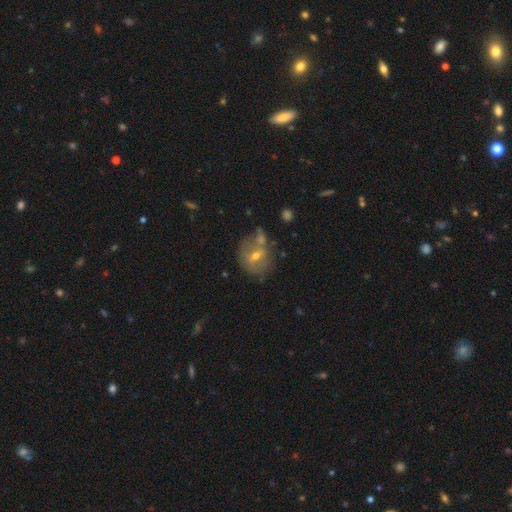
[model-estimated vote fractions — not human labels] Smooth or featured? Predicted: featured or disk (p=0.46). Merging? Predicted: none (p=0.49).